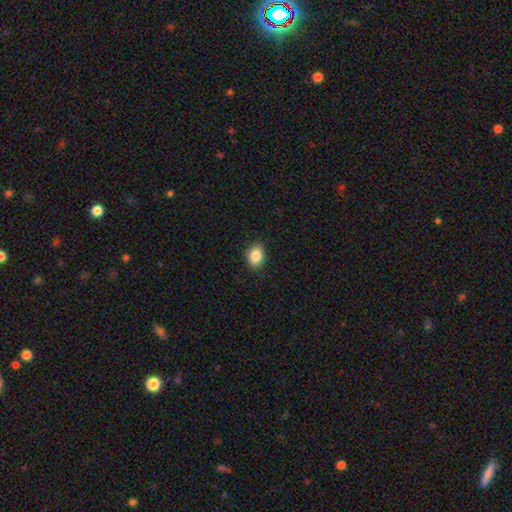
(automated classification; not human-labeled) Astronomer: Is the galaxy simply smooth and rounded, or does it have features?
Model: smooth — 86%.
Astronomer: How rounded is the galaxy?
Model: in between — 60% (runner-up: round, 39%).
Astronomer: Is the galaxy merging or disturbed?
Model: none — 88%.